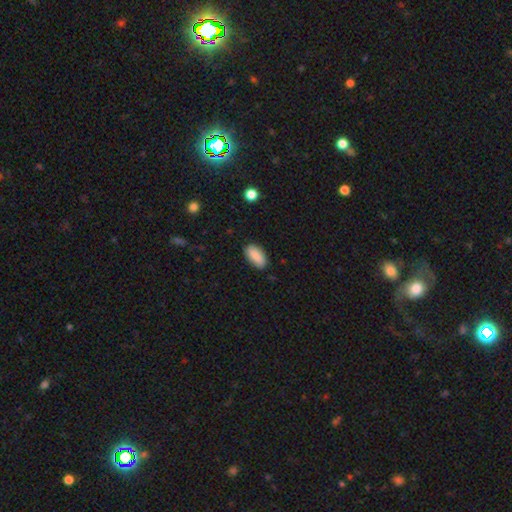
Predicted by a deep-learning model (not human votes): A smooth galaxy with no disk features (87%) that is in between round and cigar-shaped (89%).

Vote fractions:
- Smooth or featured? smooth: 87% / star or artifact: 7% / featured or disk: 6%
- How rounded? in between: 89% / cigar-shaped: 8% / round: 3%
- Merging? none: 83% / minor disturbance: 13% / major disturbance: 2% / merger: 1%